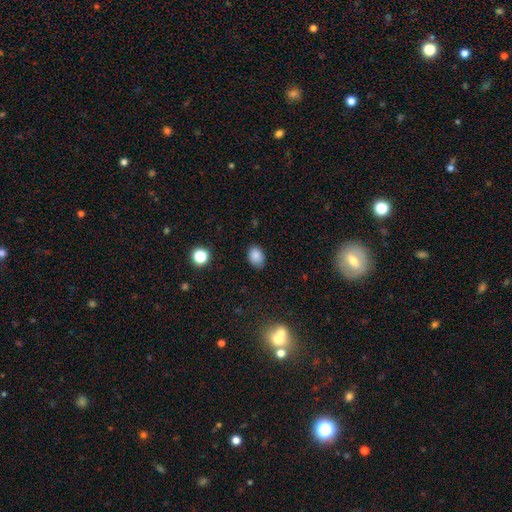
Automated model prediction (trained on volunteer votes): Smooth or featured? Predicted: smooth (p=0.84). How rounded? Predicted: in between (p=0.70). Merging? Predicted: none (p=0.79).